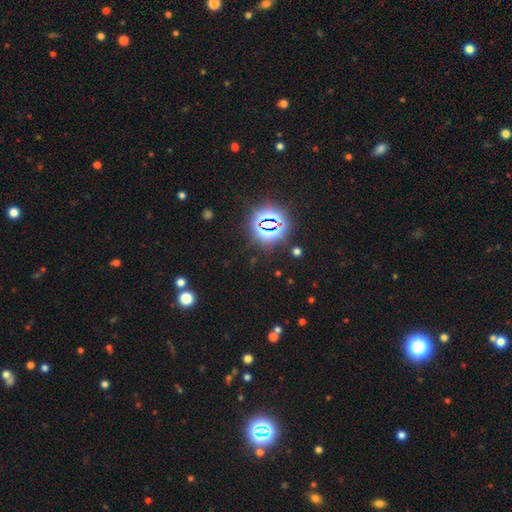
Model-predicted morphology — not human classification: Q: Smooth or featured?
A: star or artifact (81%); runner-up: smooth (12%)